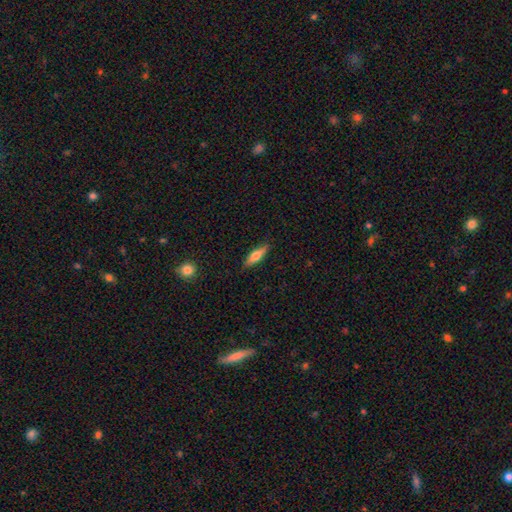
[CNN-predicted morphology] Smooth or featured? smooth (64%)
How rounded? cigar-shaped (62%)
Merging? none (87%)